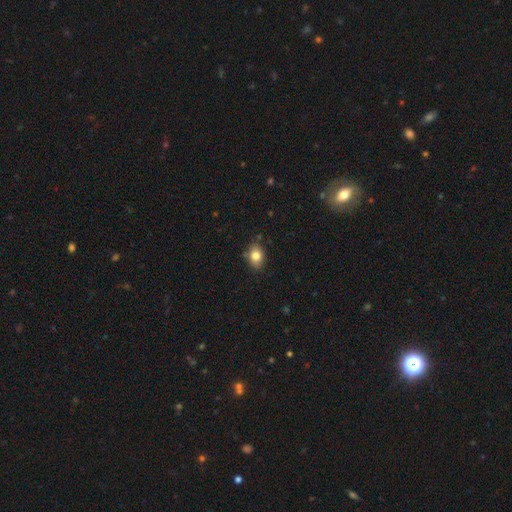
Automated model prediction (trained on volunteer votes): Smooth or featured?
  - smooth: 81% *
  - featured or disk: 9%
  - star or artifact: 9%
How rounded?
  - in between: 69% *
  - round: 29%
  - cigar-shaped: 1%
Merging?
  - none: 81% *
  - minor disturbance: 15%
  - major disturbance: 3%
  - merger: 2%